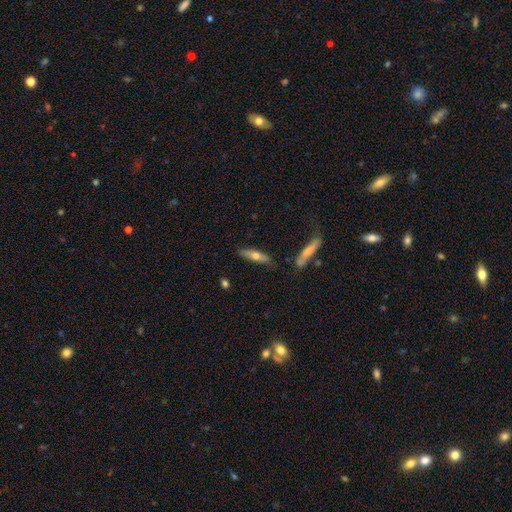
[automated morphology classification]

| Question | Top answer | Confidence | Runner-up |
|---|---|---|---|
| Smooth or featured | smooth | 54% | featured or disk (39%) |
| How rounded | cigar-shaped | 73% | in between (25%) |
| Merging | none | 80% | minor disturbance (13%) |